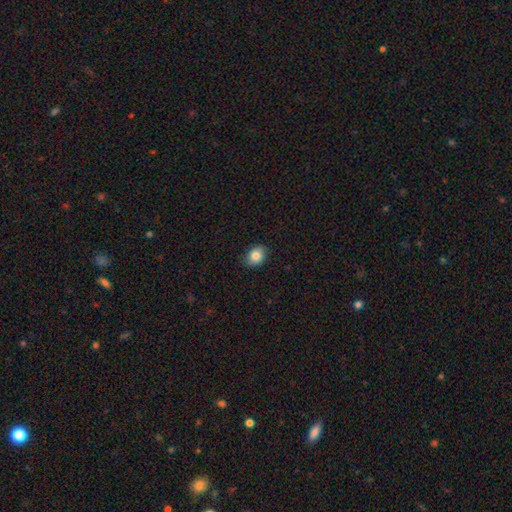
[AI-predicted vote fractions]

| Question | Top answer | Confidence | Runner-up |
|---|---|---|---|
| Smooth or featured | smooth | 83% | star or artifact (8%) |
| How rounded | in between | 57% | round (42%) |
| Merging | none | 81% | minor disturbance (15%) |